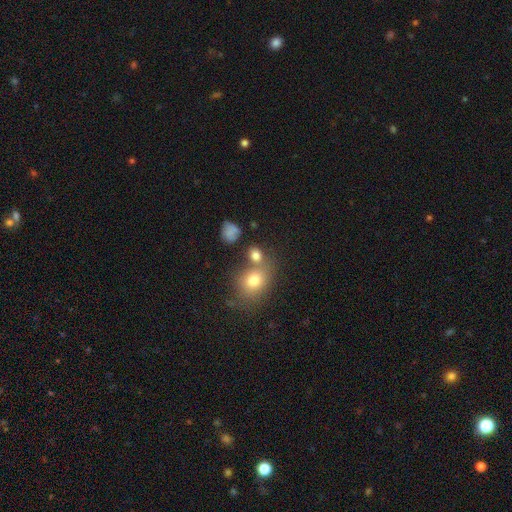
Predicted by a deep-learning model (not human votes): smooth_or_featured: smooth (p=0.77) [alt: star or artifact p=0.13]
how_rounded: round (p=0.58) [alt: in between p=0.41]
merging: none (p=0.53) [alt: merger p=0.31]